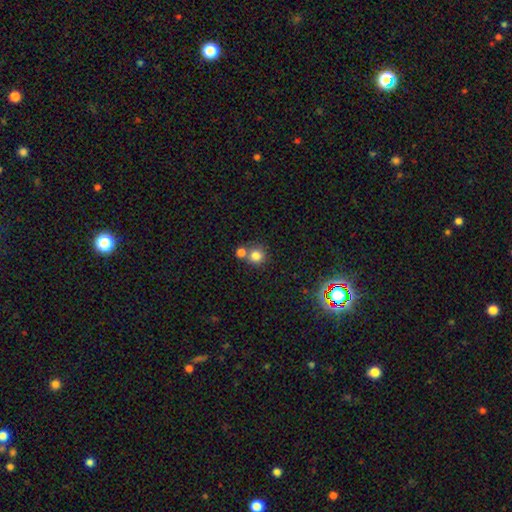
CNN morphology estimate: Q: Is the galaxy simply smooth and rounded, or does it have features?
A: smooth — 81%.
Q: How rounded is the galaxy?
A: round — 90%.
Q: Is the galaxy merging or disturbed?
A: none — 59%.